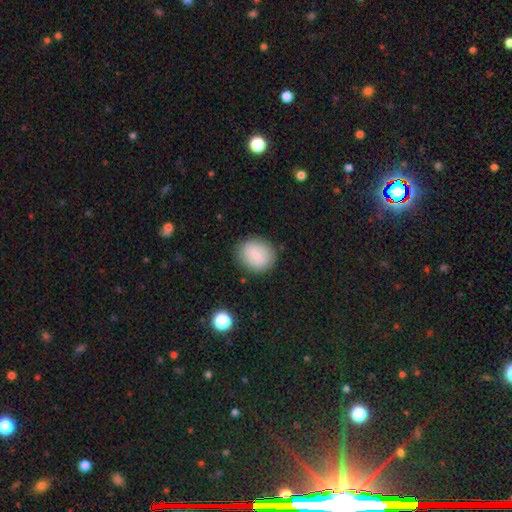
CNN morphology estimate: Smooth or featured: smooth — 67% (featured or disk — 25%)
How rounded: round — 70% (in between — 29%)
Merging: none — 84% (minor disturbance — 11%)